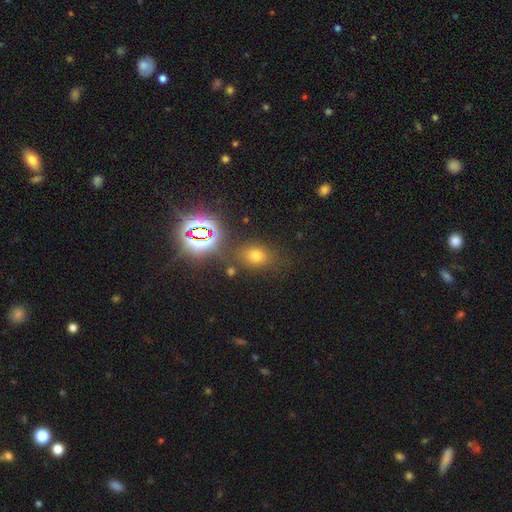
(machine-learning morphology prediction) This appears to be a smooth galaxy with no disk features (61%) that is in between round and cigar-shaped (56%). Merging: none (76%).